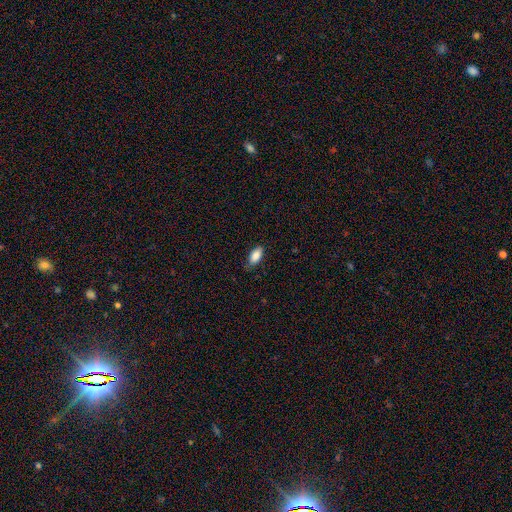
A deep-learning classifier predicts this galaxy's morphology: type=smooth (88%); roundness=in between (92%); merging=none (77%).